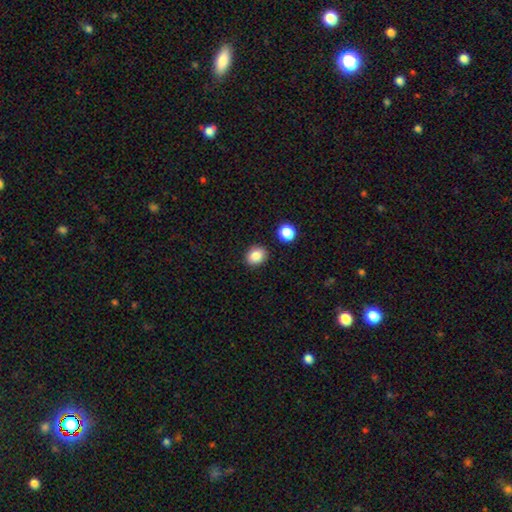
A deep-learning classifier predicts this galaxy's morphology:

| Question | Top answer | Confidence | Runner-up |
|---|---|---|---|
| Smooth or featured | smooth | 85% | star or artifact (10%) |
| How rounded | round | 60% | in between (39%) |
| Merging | none | 88% | minor disturbance (7%) |